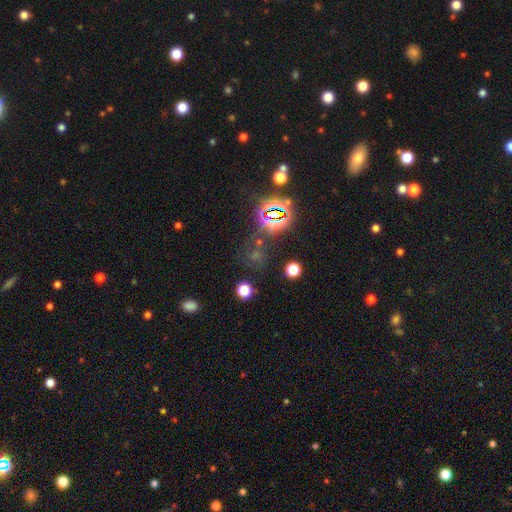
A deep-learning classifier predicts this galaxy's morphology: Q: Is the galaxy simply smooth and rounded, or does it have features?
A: star or artifact — 66%.